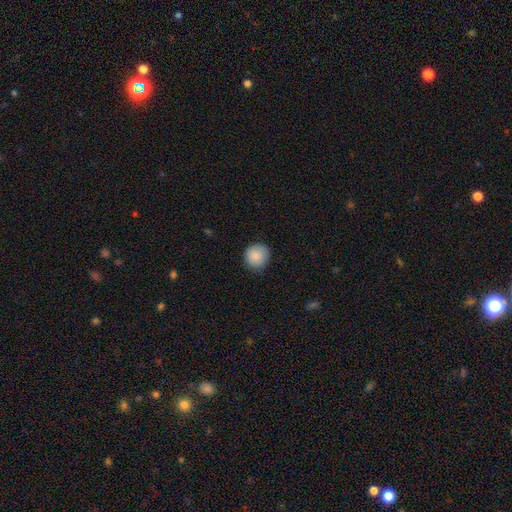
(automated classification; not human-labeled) A smooth galaxy with no disk features (88%) that is round (91%).

Vote fractions:
- Smooth or featured? smooth: 88% / star or artifact: 7% / featured or disk: 5%
- How rounded? round: 91% / in between: 8% / cigar-shaped: 1%
- Merging? none: 82% / minor disturbance: 14% / major disturbance: 3% / merger: 1%